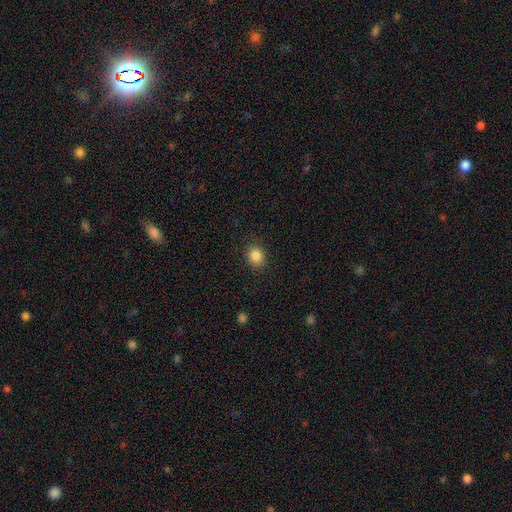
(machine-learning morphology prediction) Smooth or featured? smooth (86%)
How rounded? round (59%)
Merging? none (87%)